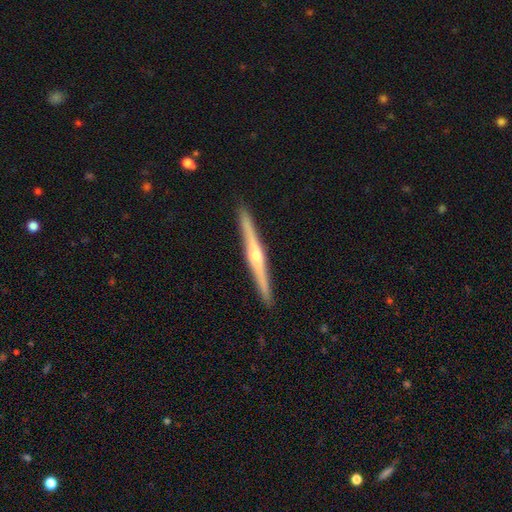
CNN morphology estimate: Smooth or featured?
  - featured or disk: 80% *
  - smooth: 15%
  - star or artifact: 5%
Edge-on disk?
  - yes: 98% *
  - no: 2%
Edge-on bulge?
  - rounded: 88% *
  - none: 8%
  - boxy: 4%
Merging?
  - none: 93% *
  - minor disturbance: 5%
  - major disturbance: 1%
  - merger: 1%